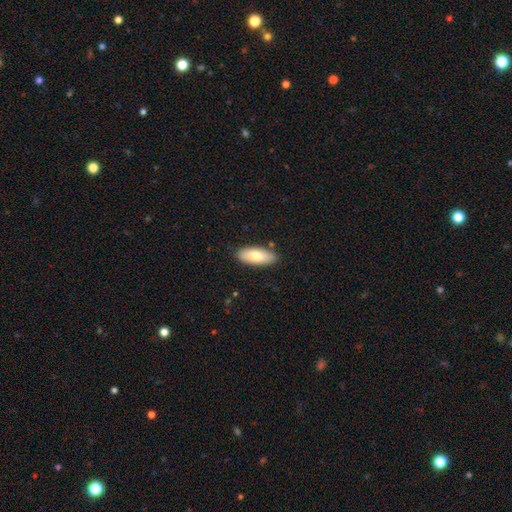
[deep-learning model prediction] A smooth galaxy with no disk features (77%) that is in between round and cigar-shaped (83%). Merging: none (86%).